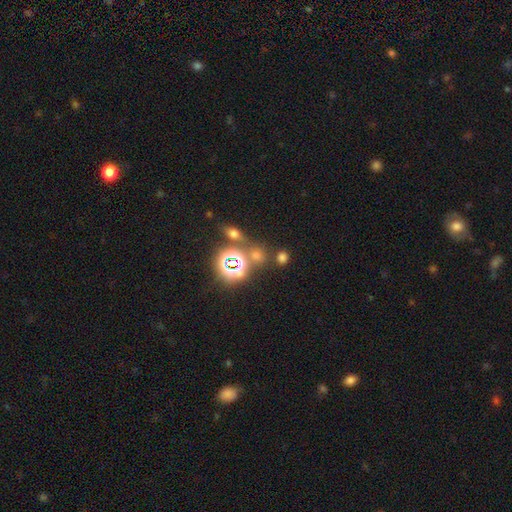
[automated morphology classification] star or artifact 57%, smooth 35%, featured or disk 9%.